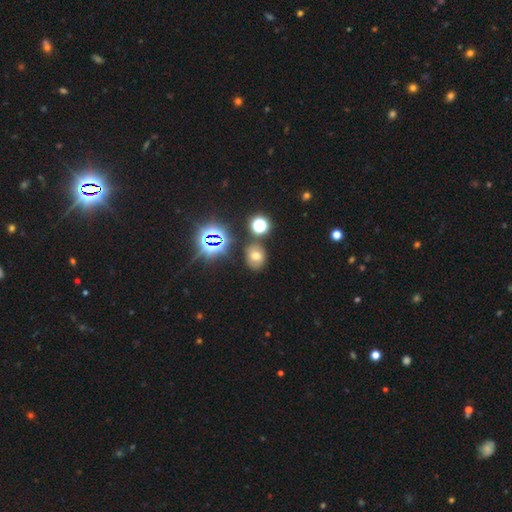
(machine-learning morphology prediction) smooth_or_featured: smooth (p=0.52) [alt: star or artifact p=0.30]
how_rounded: round (p=0.52) [alt: in between p=0.47]
merging: none (p=0.75) [alt: minor disturbance p=0.13]